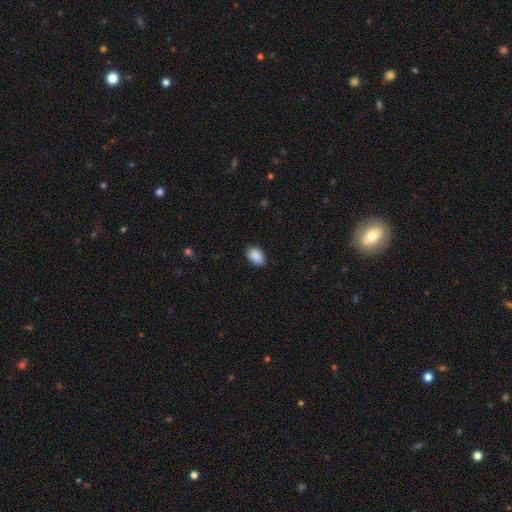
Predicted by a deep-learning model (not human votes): Smooth or featured?
  - smooth: 90% *
  - star or artifact: 7%
  - featured or disk: 3%
How rounded?
  - in between: 86% *
  - round: 13%
  - cigar-shaped: 1%
Merging?
  - none: 88% *
  - minor disturbance: 9%
  - major disturbance: 2%
  - merger: 1%